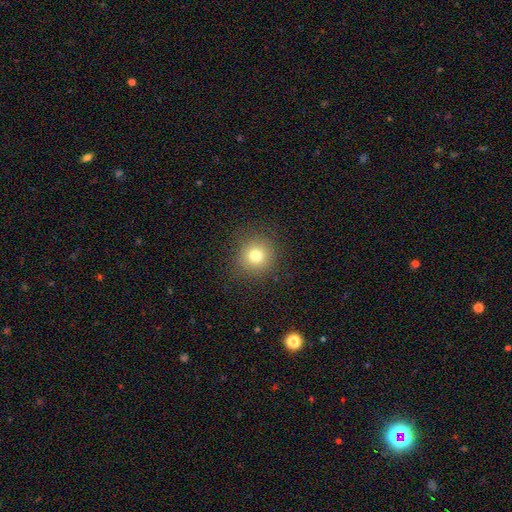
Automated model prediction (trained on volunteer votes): Smooth or featured?
  - smooth: 77% *
  - star or artifact: 14%
  - featured or disk: 9%
How rounded?
  - round: 92% *
  - in between: 8%
  - cigar-shaped: 1%
Merging?
  - none: 89% *
  - minor disturbance: 7%
  - major disturbance: 3%
  - merger: 1%